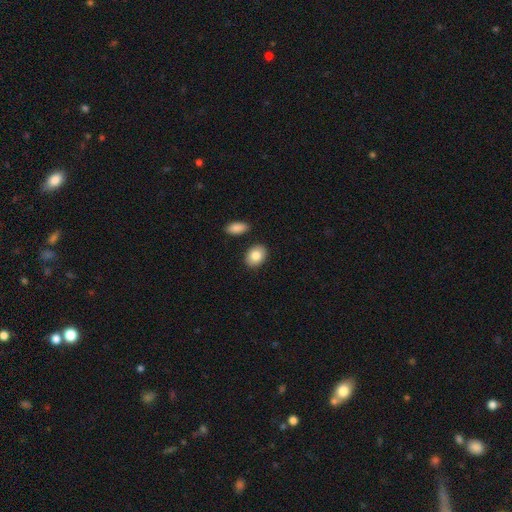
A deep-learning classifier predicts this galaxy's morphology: type=smooth (86%); roundness=in between (73%); merging=none (85%).